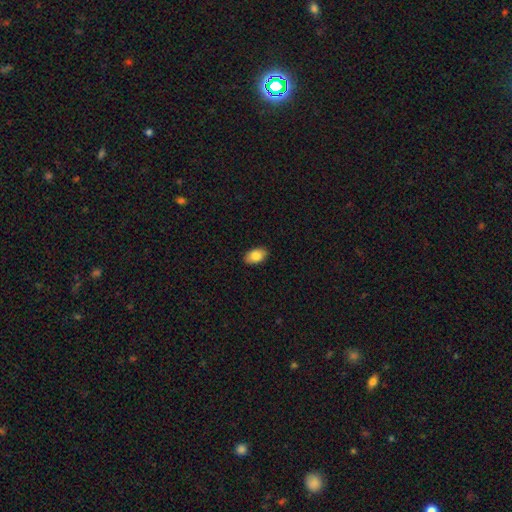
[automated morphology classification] Smooth or featured? smooth (85%)
How rounded? in between (91%)
Merging? none (89%)